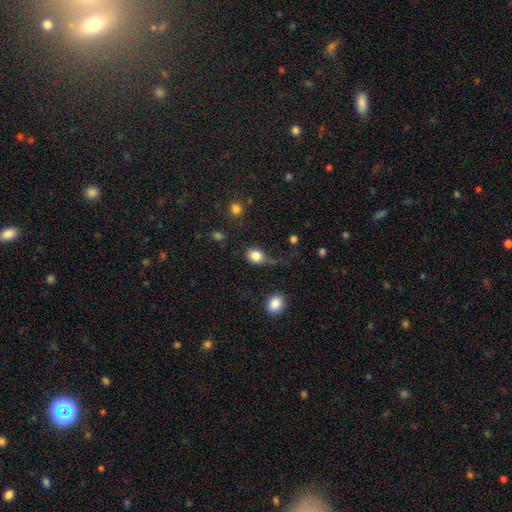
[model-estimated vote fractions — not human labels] A smooth galaxy with no disk features (83%) that is round (59%).

Vote fractions:
- Smooth or featured? smooth: 83% / star or artifact: 10% / featured or disk: 8%
- How rounded? round: 59% / in between: 39% / cigar-shaped: 1%
- Merging? none: 50% / minor disturbance: 28% / major disturbance: 17% / merger: 5%